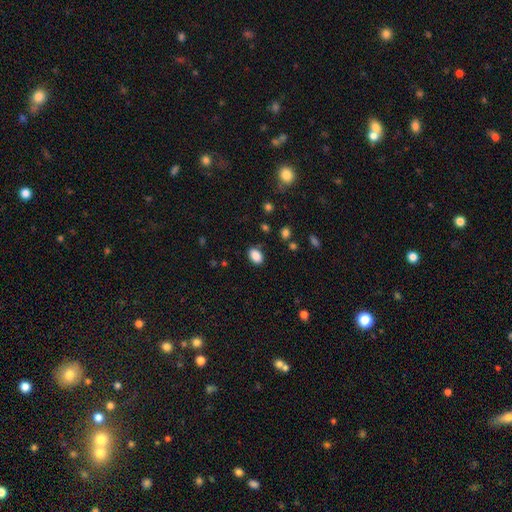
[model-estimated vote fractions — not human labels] Overall: smooth (87%). How rounded: in between (85%). Merging: none (84%).